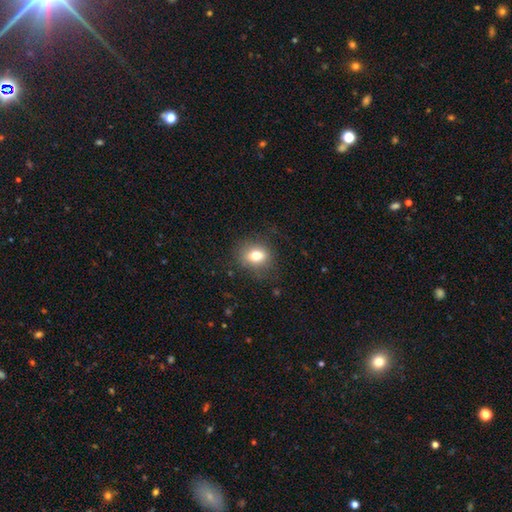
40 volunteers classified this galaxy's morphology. A smooth galaxy with no disk features (82%) that is round (64%).

Vote fractions:
- Smooth or featured? smooth: 82% / star or artifact: 10% / featured or disk: 8%
- How rounded? round: 64% / in between: 36% / cigar-shaped: 0%
- Merging? none: 72% / minor disturbance: 22% / major disturbance: 6% / merger: 0%